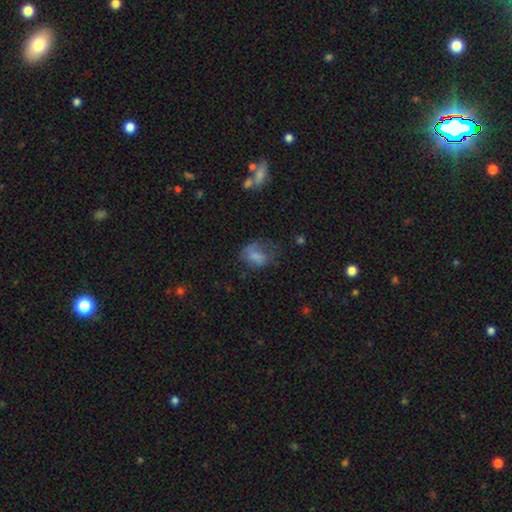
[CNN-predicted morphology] A smooth galaxy with no disk features (68%) that is in between round and cigar-shaped (70%). Merging: none (34%, tied with major disturbance).